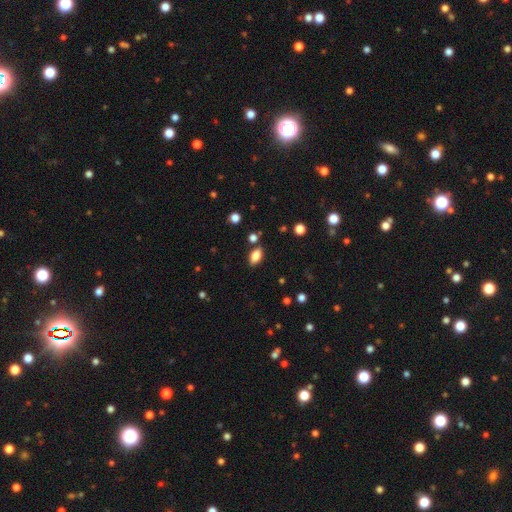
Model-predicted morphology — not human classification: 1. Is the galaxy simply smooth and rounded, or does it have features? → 83% smooth, 9% star or artifact, 8% featured or disk.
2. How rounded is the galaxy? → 89% in between, 7% round, 4% cigar-shaped.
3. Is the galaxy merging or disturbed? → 82% none, 11% minor disturbance, 5% merger, 3% major disturbance.